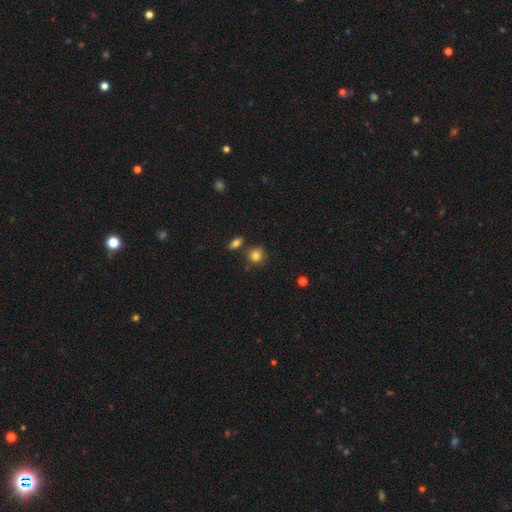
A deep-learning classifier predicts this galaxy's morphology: This is clearly a smooth galaxy (82%). How rounded: clearly round (85%). Merging: likely none (77%).